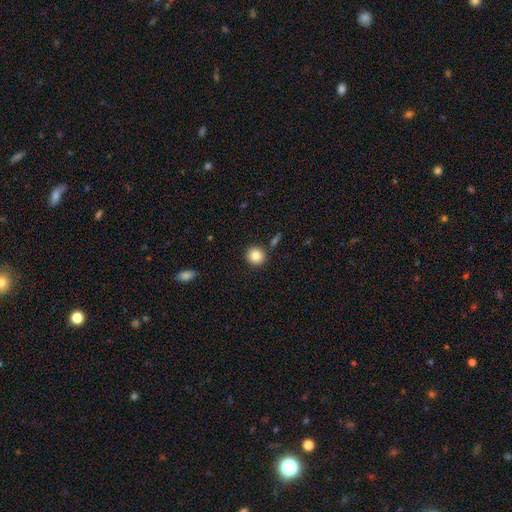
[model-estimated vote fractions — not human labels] Smooth or featured?
  - smooth: 84% *
  - star or artifact: 9%
  - featured or disk: 6%
How rounded?
  - round: 92% *
  - in between: 7%
  - cigar-shaped: 1%
Merging?
  - none: 87% *
  - minor disturbance: 6%
  - merger: 4%
  - major disturbance: 2%